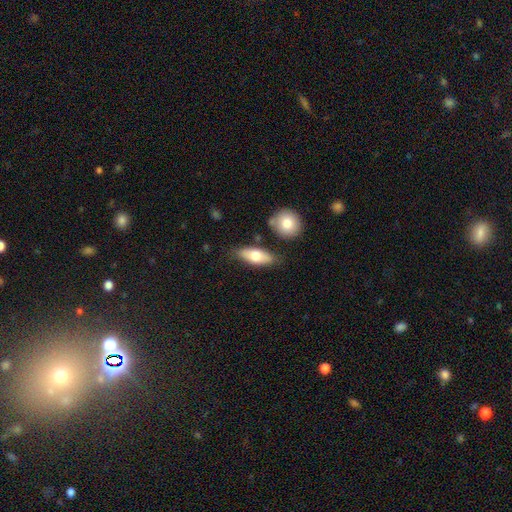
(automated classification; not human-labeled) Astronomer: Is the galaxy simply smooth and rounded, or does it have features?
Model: smooth — 68%.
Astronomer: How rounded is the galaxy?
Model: in between — 77%.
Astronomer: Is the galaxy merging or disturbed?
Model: none — 73%.